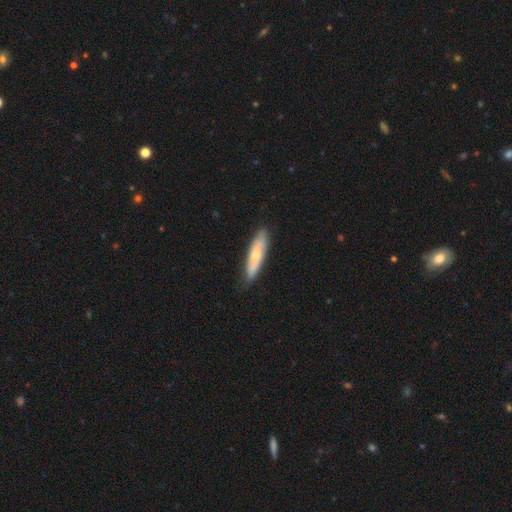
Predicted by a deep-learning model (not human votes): Overall: smooth (57%; featured or disk 37%). How rounded: cigar-shaped (74%). Merging: none (82%).